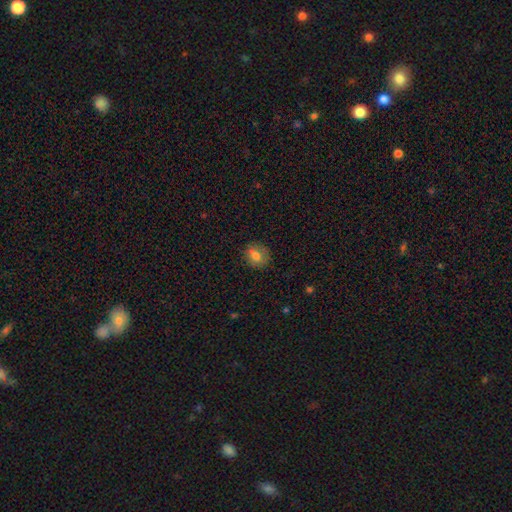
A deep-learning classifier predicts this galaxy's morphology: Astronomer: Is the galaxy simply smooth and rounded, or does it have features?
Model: smooth — 73%.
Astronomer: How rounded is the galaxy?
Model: round — 66%.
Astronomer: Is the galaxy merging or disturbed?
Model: none — 82%.